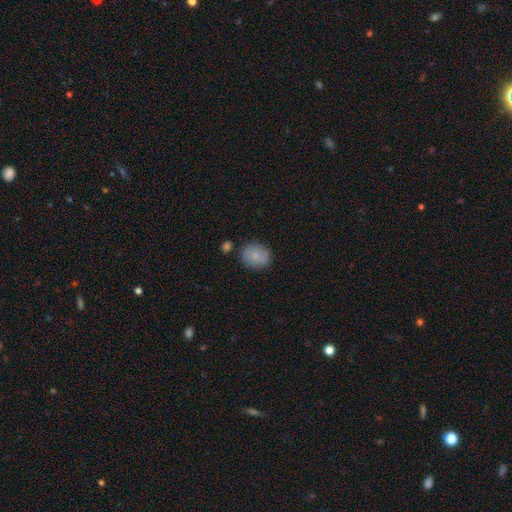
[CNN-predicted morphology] This appears to be a smooth galaxy with no disk features (83%) that is round (61%). Merging: none (74%).